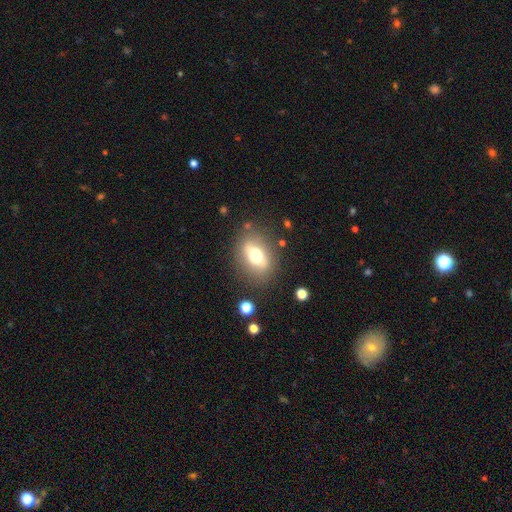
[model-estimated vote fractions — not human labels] smooth-or-featured: smooth: 59% | featured or disk: 31% | star or artifact: 10%
  how-rounded: in between: 66% | round: 31% | cigar-shaped: 3%
  merging: none: 79% | minor disturbance: 13% | major disturbance: 6% | merger: 3%